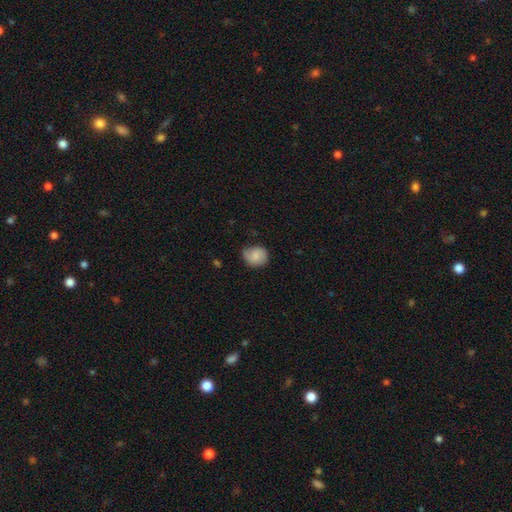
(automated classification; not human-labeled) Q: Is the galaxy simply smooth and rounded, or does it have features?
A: smooth — 70%.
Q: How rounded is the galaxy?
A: round — 71%.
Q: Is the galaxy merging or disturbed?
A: none — 63%.